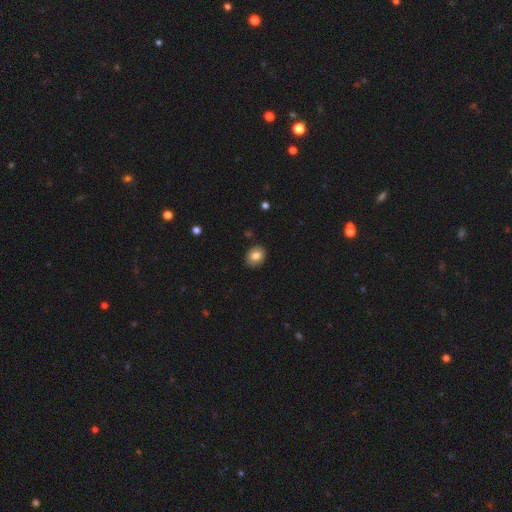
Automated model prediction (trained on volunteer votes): Overall: smooth (82%). How rounded: round (50%; in between 49%). Merging: none (89%).